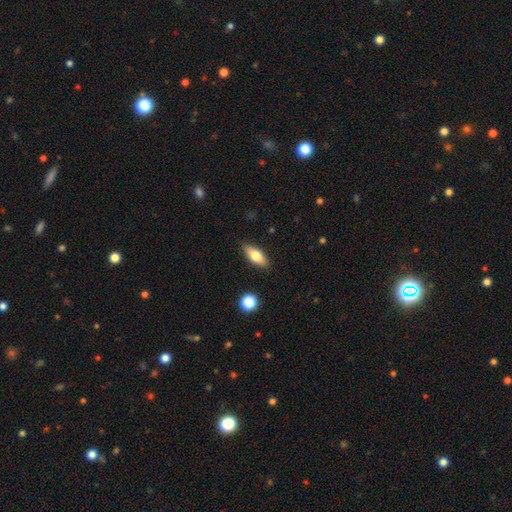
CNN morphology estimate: Q: Smooth or featured?
A: smooth (72%); runner-up: featured or disk (21%)
Q: How rounded?
A: in between (80%); runner-up: cigar-shaped (17%)
Q: Merging?
A: none (87%); runner-up: minor disturbance (9%)